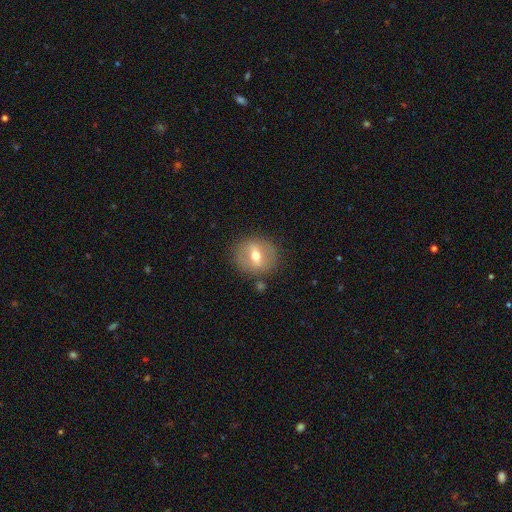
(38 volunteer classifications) Smooth or featured? featured or disk (53%)
Edge-on disk? no (85%)
Bar? weak (53%)
Spiral arms? no (82%)
Bulge size? moderate (53%)
Merging? none (75%)